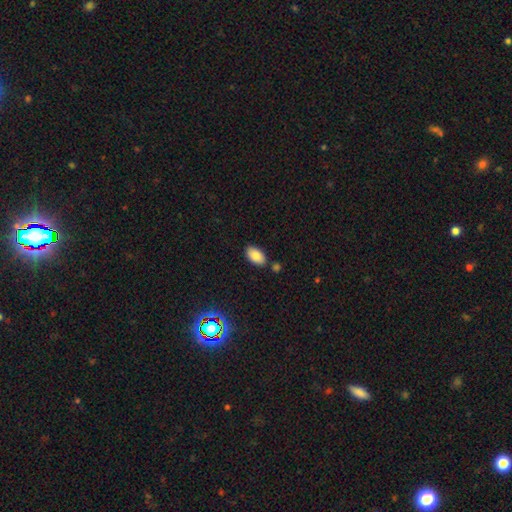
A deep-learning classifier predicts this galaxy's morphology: smooth 84%, star or artifact 9%, featured or disk 7%. Down the decision tree: how rounded — in between (95%); merging — none (79%).